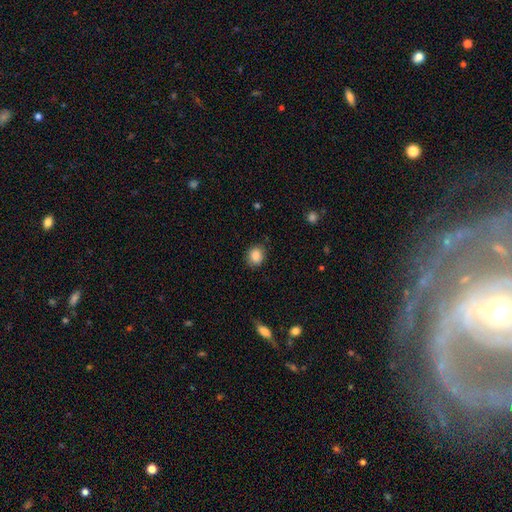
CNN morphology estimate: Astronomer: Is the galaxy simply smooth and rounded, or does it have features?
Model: smooth — 87%.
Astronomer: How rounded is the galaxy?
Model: round — 66%.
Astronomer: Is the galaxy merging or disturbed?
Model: none — 81%.